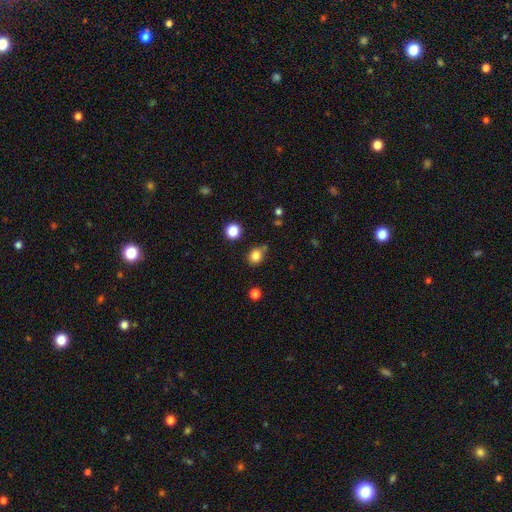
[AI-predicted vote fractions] smooth_or_featured: smooth (p=0.82) [alt: star or artifact p=0.12]
how_rounded: round (p=0.66) [alt: in between p=0.33]
merging: none (p=0.74) [alt: minor disturbance p=0.16]